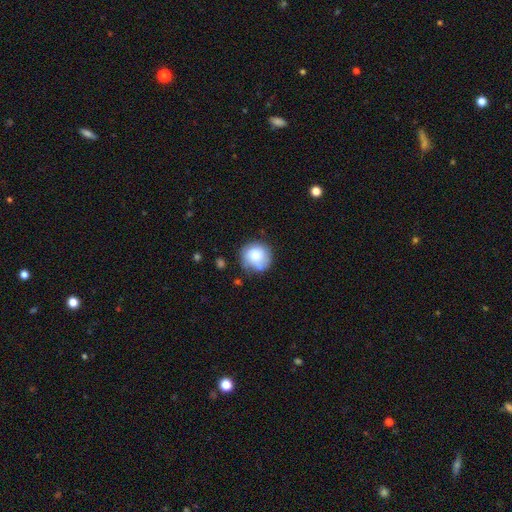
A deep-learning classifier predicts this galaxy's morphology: This is likely a smooth galaxy (73%). How rounded: clearly round (90%). Merging: likely none (69%).